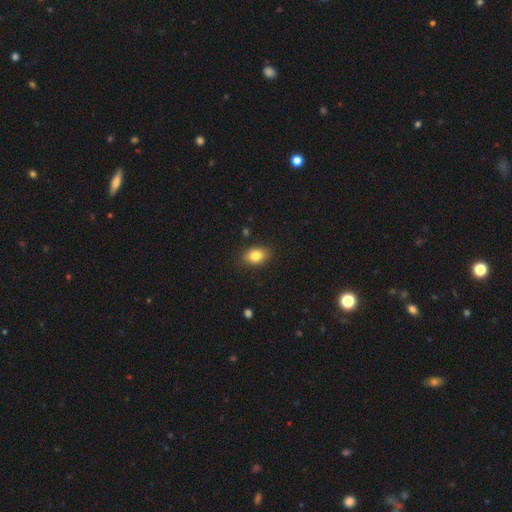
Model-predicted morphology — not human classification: smooth 82%, star or artifact 9%, featured or disk 9%. Down the decision tree: how rounded — in between (79%); merging — none (86%).